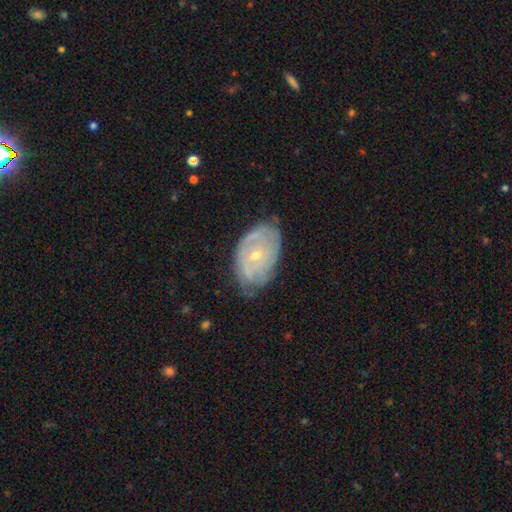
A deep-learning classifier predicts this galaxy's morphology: Smooth or featured?
  - featured or disk: 67% *
  - smooth: 26%
  - star or artifact: 7%
Edge-on disk?
  - no: 94% *
  - yes: 6%
Bar?
  - no: 79% *
  - weak: 18%
  - strong: 4%
Spiral arms?
  - yes: 66% *
  - no: 34%
Bulge size?
  - small: 67% *
  - moderate: 30%
  - none: 1%
  - large: 1%
  - dominant: 1%
Merging?
  - none: 62% *
  - minor disturbance: 28%
  - major disturbance: 9%
  - merger: 1%